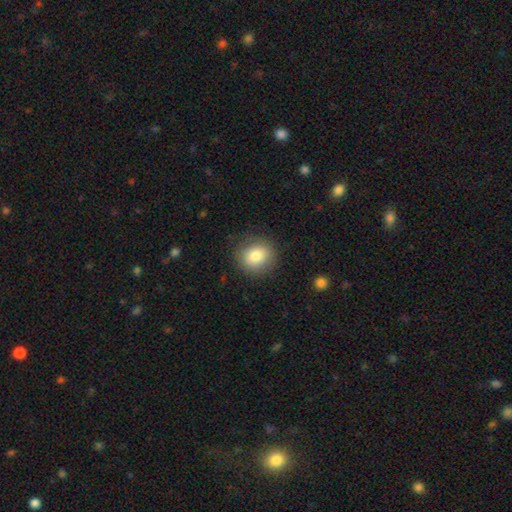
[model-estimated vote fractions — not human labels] A smooth galaxy with no disk features (81%) that is round (81%). Merging: none (86%).